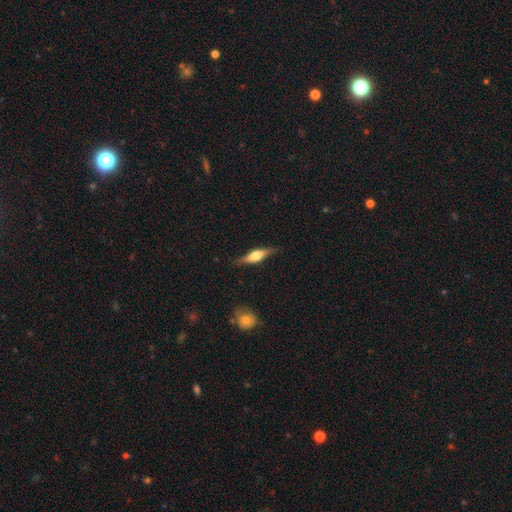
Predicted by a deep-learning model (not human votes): smooth-or-featured: featured or disk: 58% | smooth: 36% | star or artifact: 6%
  disk-edge-on: yes: 94% | no: 6%
    edge-on-bulge: rounded: 86% | boxy: 11% | none: 3%
  merging: none: 85% | minor disturbance: 11% | major disturbance: 3% | merger: 1%